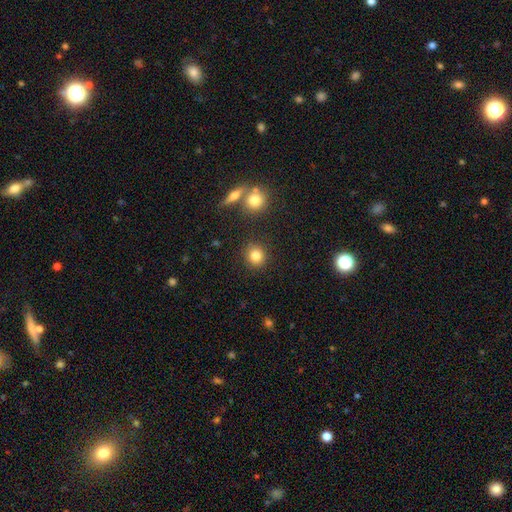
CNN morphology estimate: smooth-or-featured: smooth: 84% | star or artifact: 10% | featured or disk: 6%
  how-rounded: round: 86% | in between: 13% | cigar-shaped: 1%
  merging: none: 85% | minor disturbance: 8% | merger: 4% | major disturbance: 3%